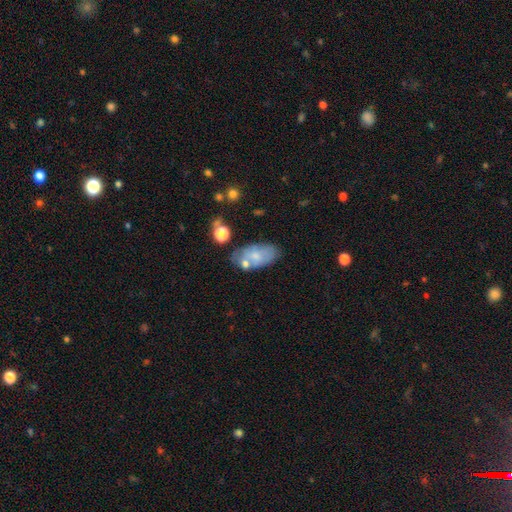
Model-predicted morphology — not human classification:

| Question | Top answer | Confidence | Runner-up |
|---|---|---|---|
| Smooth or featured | smooth | 64% | featured or disk (28%) |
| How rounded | in between | 92% | round (4%) |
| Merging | none | 59% | minor disturbance (21%) |